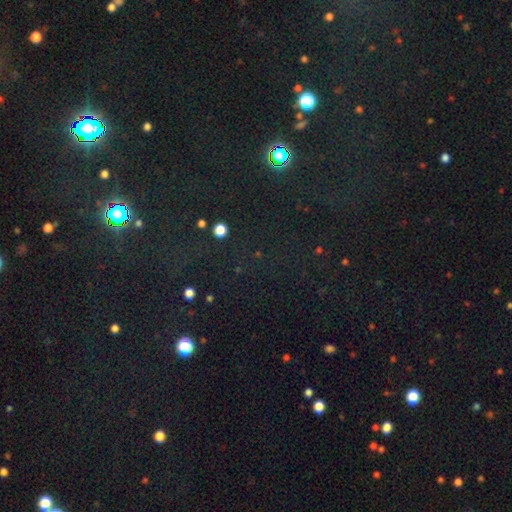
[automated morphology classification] Q: Smooth or featured?
A: star or artifact (76%); runner-up: smooth (16%)